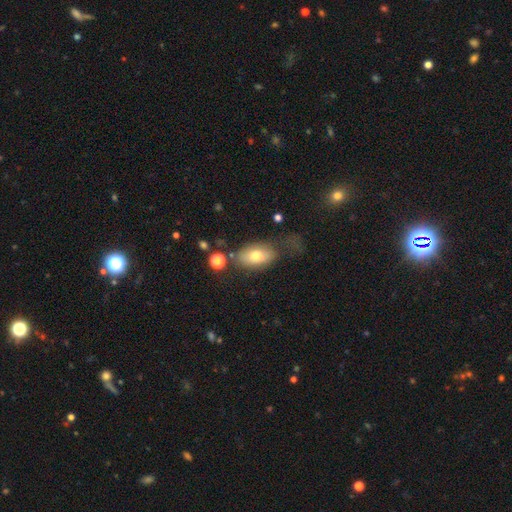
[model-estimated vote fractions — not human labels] Smooth or featured: smooth — 69% (featured or disk — 23%)
How rounded: in between — 89% (round — 8%)
Merging: none — 49% (minor disturbance — 24%)